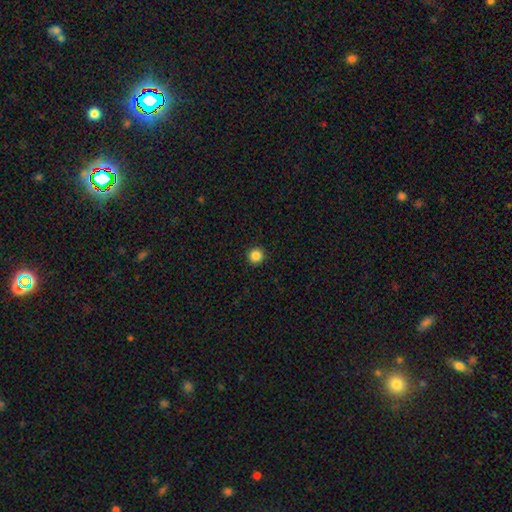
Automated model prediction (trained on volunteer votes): Smooth or featured?
  - smooth: 86% *
  - star or artifact: 11%
  - featured or disk: 3%
How rounded?
  - round: 95% *
  - in between: 4%
  - cigar-shaped: 1%
Merging?
  - none: 93% *
  - minor disturbance: 4%
  - major disturbance: 1%
  - merger: 1%